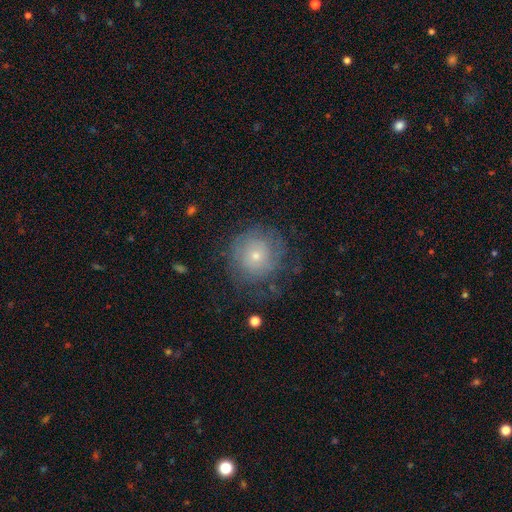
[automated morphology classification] A smooth galaxy with no disk features (53%) that is round (91%). Merging: none (66%).